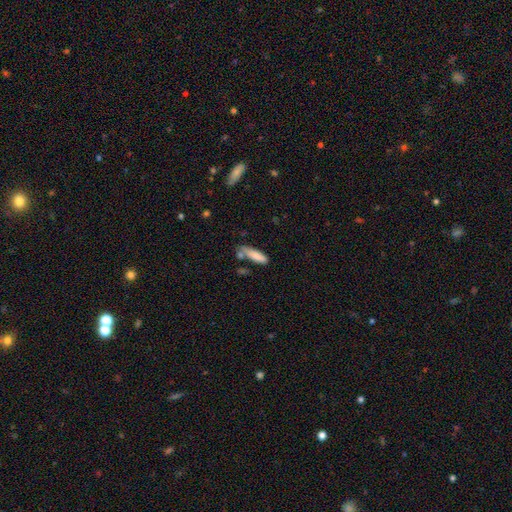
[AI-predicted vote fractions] Smooth or featured? Predicted: smooth (p=0.81). How rounded? Predicted: cigar-shaped (p=0.60). Merging? Predicted: none (p=0.56).